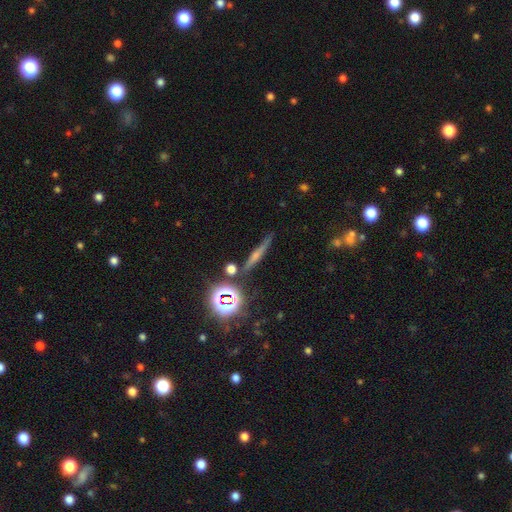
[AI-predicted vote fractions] A featured or disk galaxy (43%).

Vote fractions:
- Smooth or featured? featured or disk: 43% / smooth: 32% / star or artifact: 25%
- Merging? none: 82% / minor disturbance: 10% / merger: 4% / major disturbance: 3%